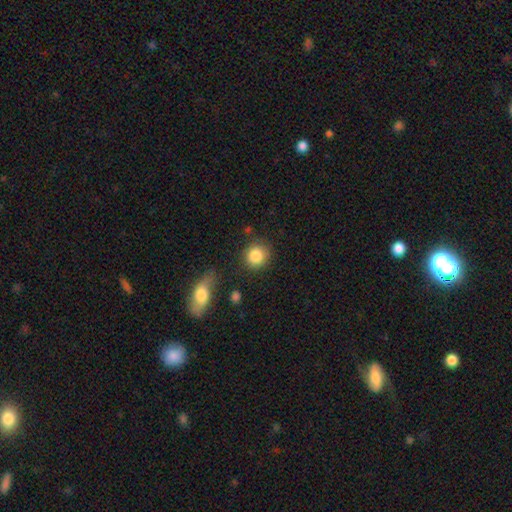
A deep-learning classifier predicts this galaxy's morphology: Smooth or featured: smooth — 87% (star or artifact — 8%)
How rounded: round — 89% (in between — 10%)
Merging: none — 83% (minor disturbance — 10%)